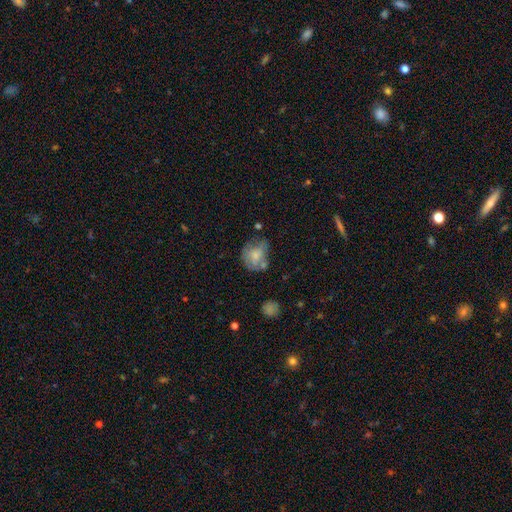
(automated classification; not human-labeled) Smooth or featured: smooth — 65% (featured or disk — 26%)
How rounded: round — 58% (in between — 41%)
Merging: none — 40% (minor disturbance — 29%)